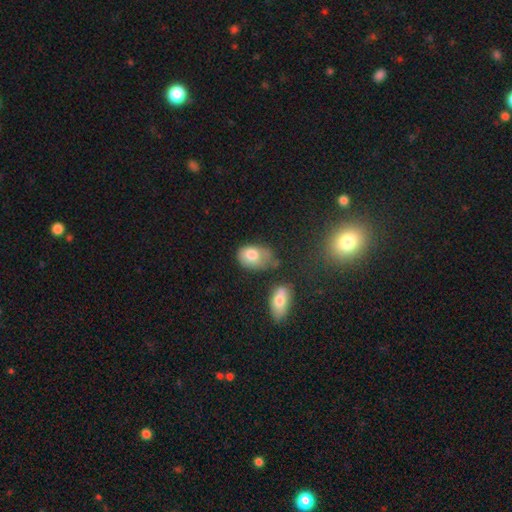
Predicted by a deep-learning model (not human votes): Smooth or featured?
  - smooth: 73% *
  - featured or disk: 16%
  - star or artifact: 10%
How rounded?
  - in between: 80% *
  - round: 19%
  - cigar-shaped: 1%
Merging?
  - none: 45% *
  - minor disturbance: 31%
  - major disturbance: 14%
  - merger: 10%